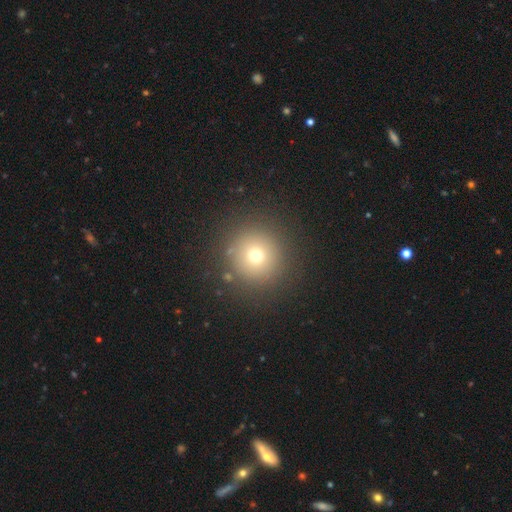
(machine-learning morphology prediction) A smooth galaxy with no disk features (69%) that is round (95%). Merging: none (88%).